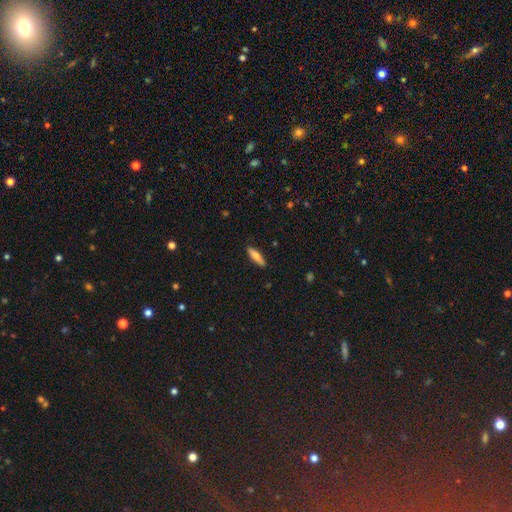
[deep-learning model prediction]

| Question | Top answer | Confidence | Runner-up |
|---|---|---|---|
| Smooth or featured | smooth | 66% | featured or disk (28%) |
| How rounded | cigar-shaped | 67% | in between (31%) |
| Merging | none | 89% | minor disturbance (8%) |